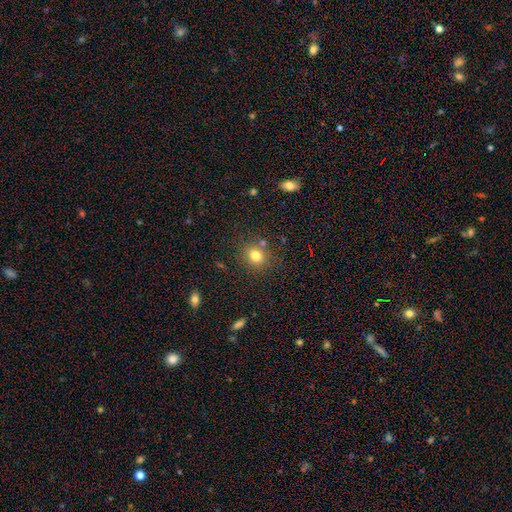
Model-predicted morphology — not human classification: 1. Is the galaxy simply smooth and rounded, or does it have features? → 79% smooth, 14% star or artifact, 7% featured or disk.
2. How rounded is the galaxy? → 80% round, 19% in between, 1% cigar-shaped.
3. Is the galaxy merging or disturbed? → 79% none, 10% minor disturbance, 7% merger, 3% major disturbance.